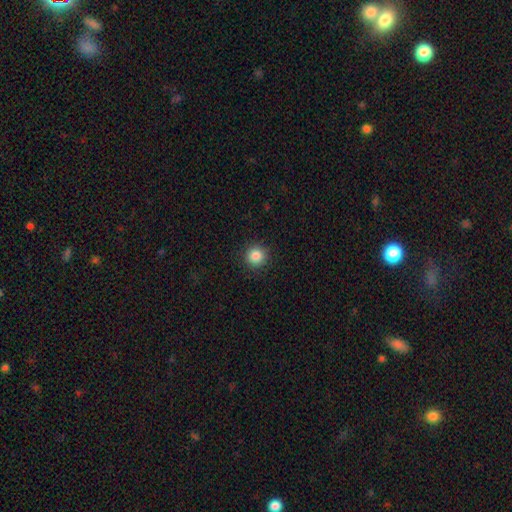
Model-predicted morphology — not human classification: smooth-or-featured: smooth: 86% | star or artifact: 10% | featured or disk: 4%
  how-rounded: round: 94% | in between: 5% | cigar-shaped: 1%
  merging: none: 92% | minor disturbance: 5% | major disturbance: 2% | merger: 1%